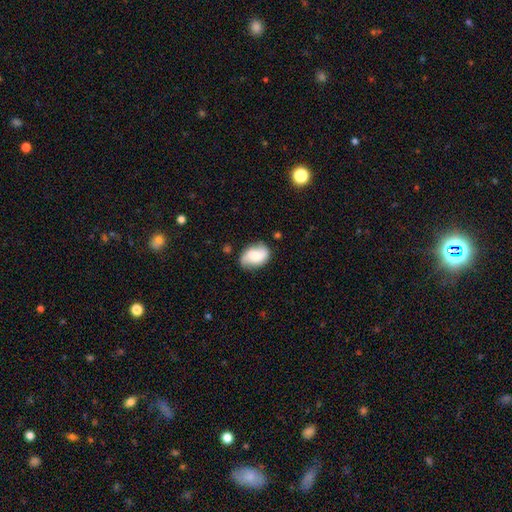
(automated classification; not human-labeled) Smooth or featured? featured or disk (46%, tied with smooth)
Merging? none (72%)